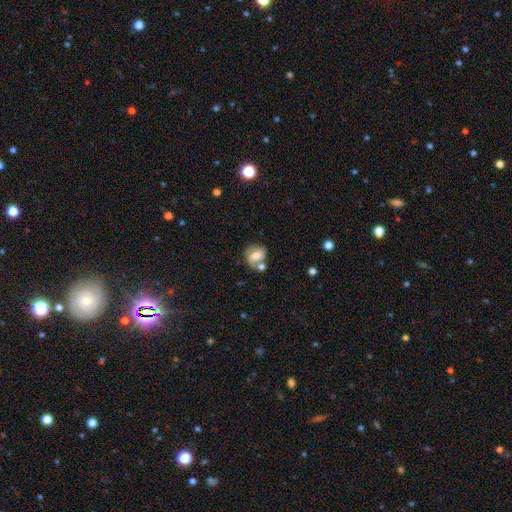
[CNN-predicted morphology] A smooth galaxy with no disk features (59%) that is round (55%).

Vote fractions:
- Smooth or featured? smooth: 59% / featured or disk: 32% / star or artifact: 9%
- How rounded? round: 55% / in between: 44% / cigar-shaped: 2%
- Merging? none: 44% / merger: 29% / minor disturbance: 19% / major disturbance: 8%